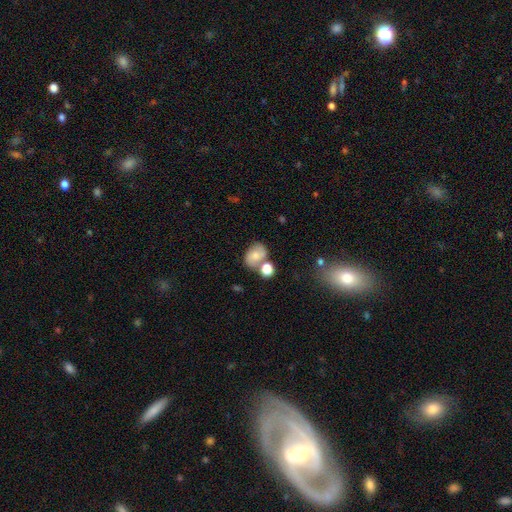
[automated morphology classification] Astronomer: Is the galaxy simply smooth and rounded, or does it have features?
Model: smooth — 58%.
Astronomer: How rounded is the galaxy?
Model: in between — 64%.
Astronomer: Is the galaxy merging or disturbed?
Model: none — 50% (runner-up: merger, 27%).